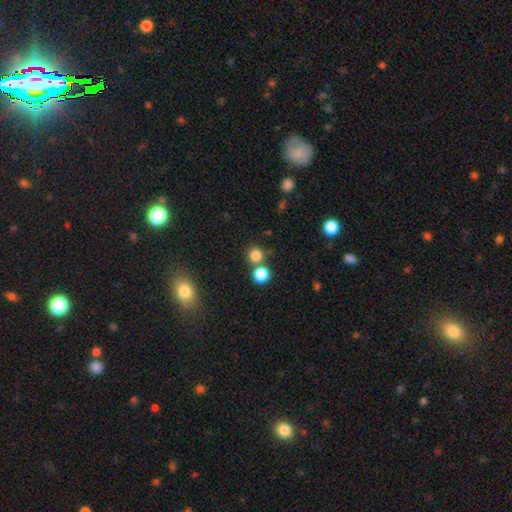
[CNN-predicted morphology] The model was most divided on "merging": none: 67%, merger: 23%, minor disturbance: 7%, major disturbance: 3%. More confident: how rounded — round (90%); smooth or featured — smooth (80%).